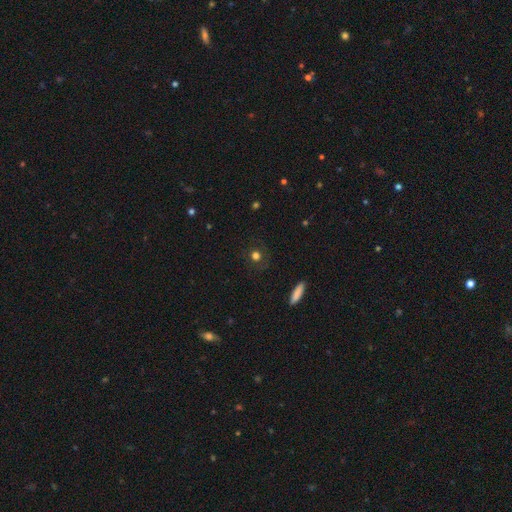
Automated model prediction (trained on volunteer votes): Smooth or featured: smooth — 67% (star or artifact — 17%)
How rounded: round — 85% (in between — 13%)
Merging: none — 82% (minor disturbance — 11%)